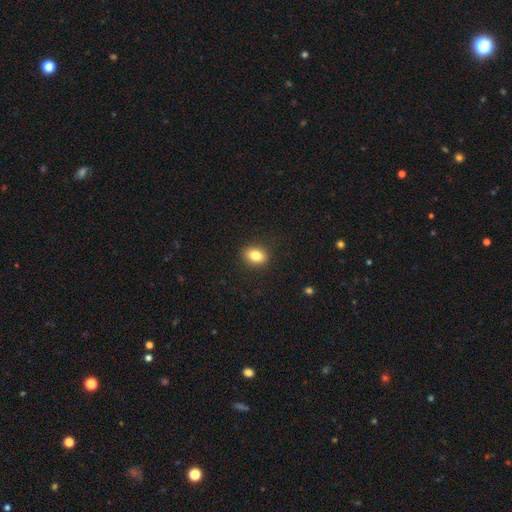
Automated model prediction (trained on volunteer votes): Smooth or featured? smooth (83%)
How rounded? in between (71%)
Merging? none (90%)